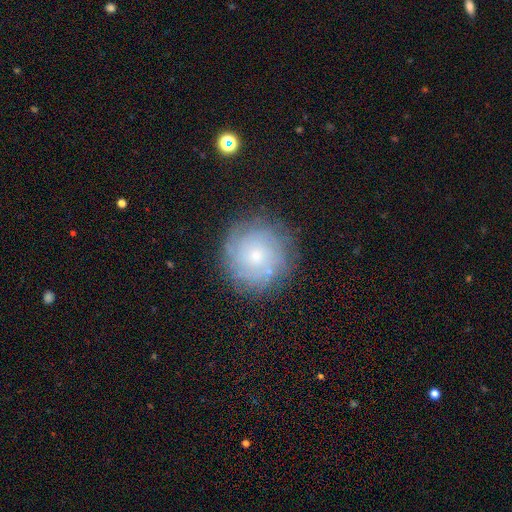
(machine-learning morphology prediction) featured or disk 53%, smooth 35%, star or artifact 12%. Down the decision tree: edge-on disk — no (97%); bar — no (85%); spiral arms — yes (82%); bulge size — small (64%); merging — none (82%).